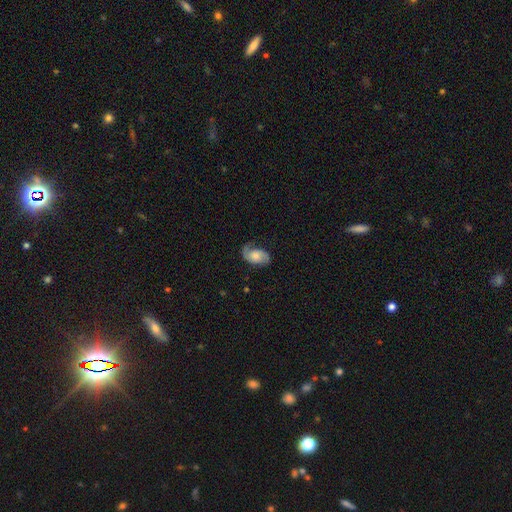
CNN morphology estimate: Smooth or featured: featured or disk — 71% (smooth — 23%)
Edge-on disk: no — 97% (yes — 3%)
Bar: no — 70% (weak — 26%)
Spiral arms: yes — 94% (no — 6%)
Spiral winding: medium — 44% (loose — 30%)
Spiral arm count: 2 — 75% (1 — 17%)
Bulge size: moderate — 41% (small — 28%)
Merging: none — 64% (minor disturbance — 22%)